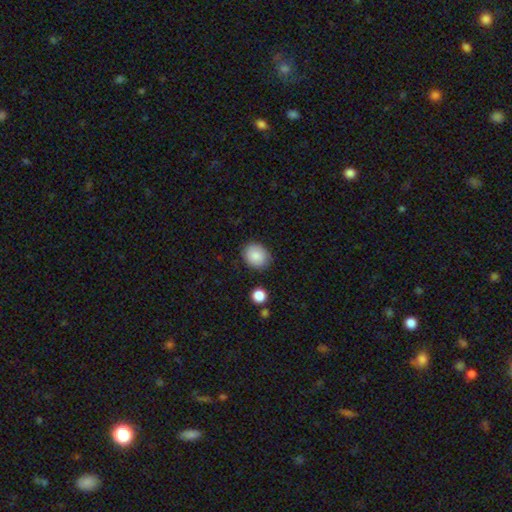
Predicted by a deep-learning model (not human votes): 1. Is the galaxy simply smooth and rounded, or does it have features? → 86% smooth, 8% star or artifact, 6% featured or disk.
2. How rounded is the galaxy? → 54% round, 46% in between, 1% cigar-shaped.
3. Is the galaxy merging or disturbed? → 84% none, 11% minor disturbance, 3% major disturbance, 2% merger.